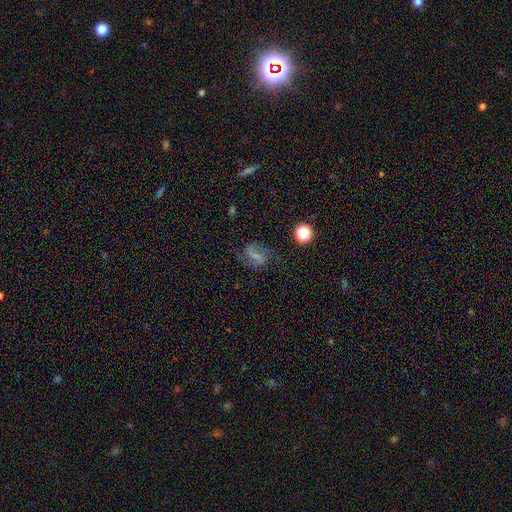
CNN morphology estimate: smooth-or-featured: featured or disk: 42% | smooth: 40% | star or artifact: 18%
  merging: none: 59% | minor disturbance: 21% | major disturbance: 17% | merger: 3%